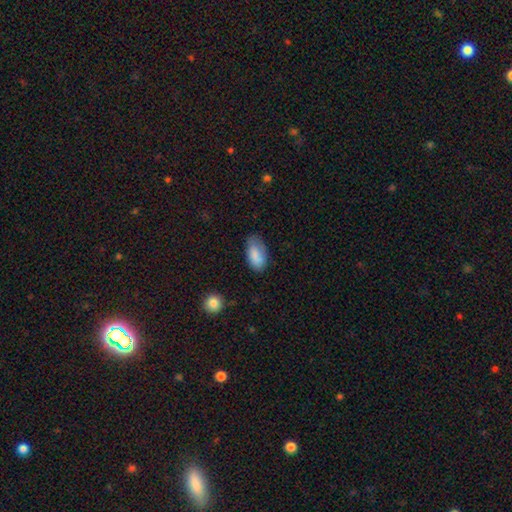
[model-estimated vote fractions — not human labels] Morphology: type=smooth (85%); roundness=in between (94%); merging=none (67%).